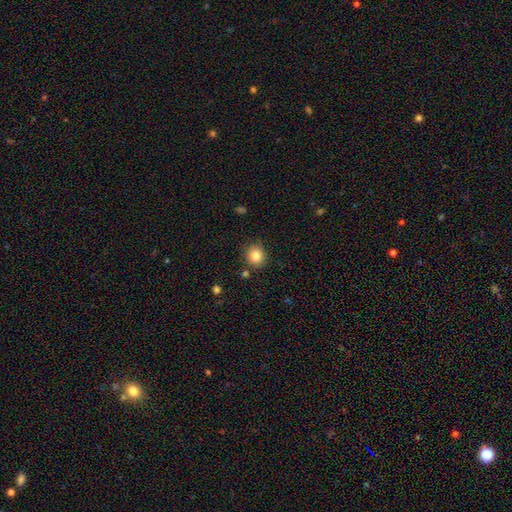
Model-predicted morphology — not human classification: Smooth or featured: smooth — 84% (star or artifact — 10%)
How rounded: round — 86% (in between — 14%)
Merging: none — 84% (minor disturbance — 10%)